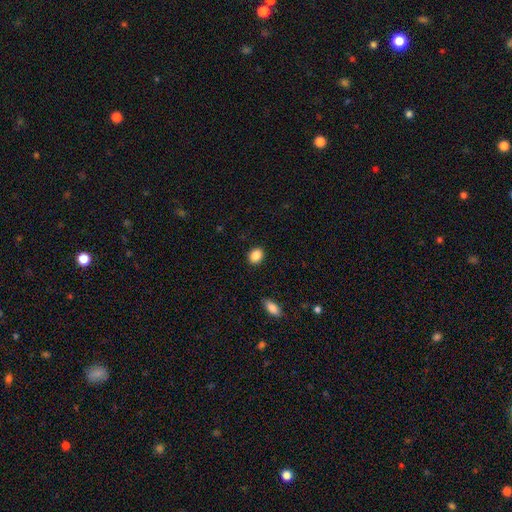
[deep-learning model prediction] Q: Smooth or featured?
A: smooth (87%); runner-up: star or artifact (9%)
Q: How rounded?
A: in between (54%); runner-up: round (45%)
Q: Merging?
A: none (90%); runner-up: minor disturbance (7%)